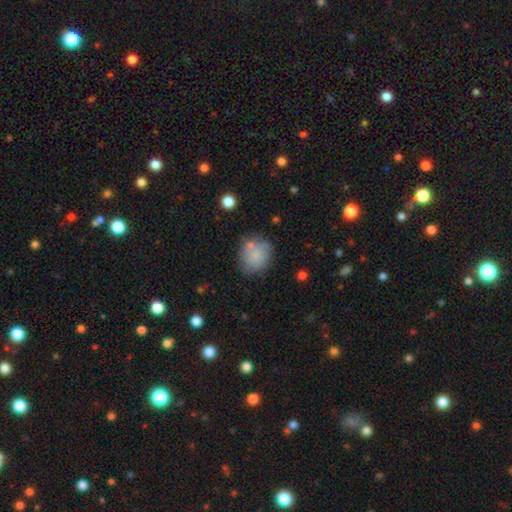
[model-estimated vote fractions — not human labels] The model was most divided on "merging": none: 63%, minor disturbance: 21%, merger: 9%, major disturbance: 7%. More confident: smooth or featured — smooth (76%); how rounded — round (73%).